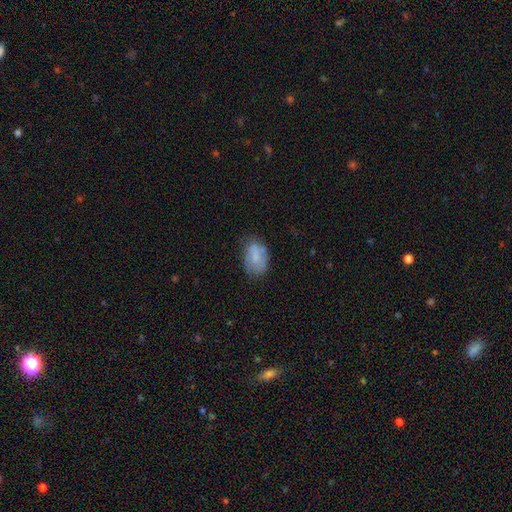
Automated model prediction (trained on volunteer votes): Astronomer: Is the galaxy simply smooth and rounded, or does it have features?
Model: smooth — 64%.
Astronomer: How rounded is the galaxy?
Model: in between — 89%.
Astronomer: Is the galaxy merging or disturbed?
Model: none — 57%.